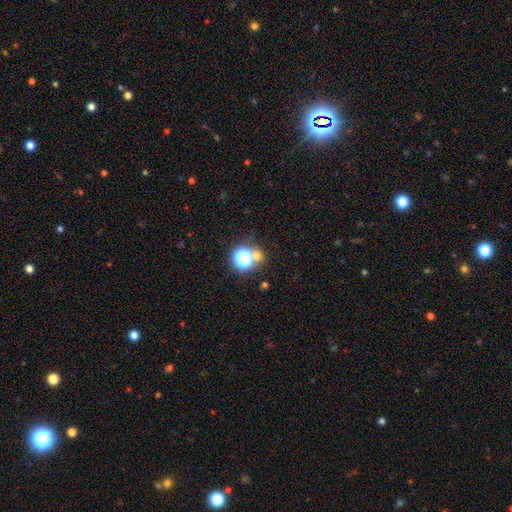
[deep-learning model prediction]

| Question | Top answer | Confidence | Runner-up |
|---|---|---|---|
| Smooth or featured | smooth | 53% | star or artifact (38%) |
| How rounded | round | 83% | in between (15%) |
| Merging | none | 62% | merger (25%) |